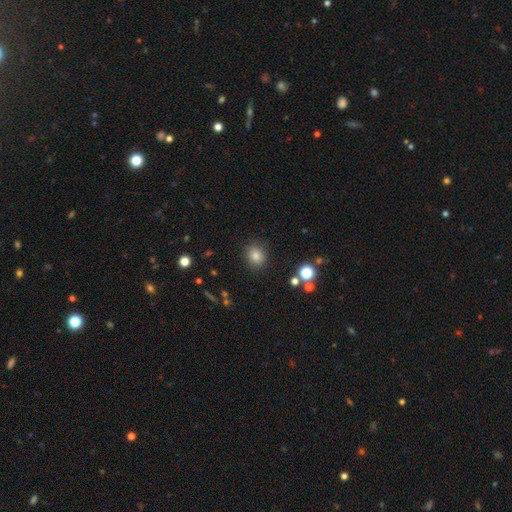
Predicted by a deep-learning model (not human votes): A smooth galaxy with no disk features (82%) that is round (77%).

Vote fractions:
- Smooth or featured? smooth: 82% / star or artifact: 13% / featured or disk: 6%
- How rounded? round: 77% / in between: 22% / cigar-shaped: 1%
- Merging? none: 88% / minor disturbance: 7% / major disturbance: 3% / merger: 2%